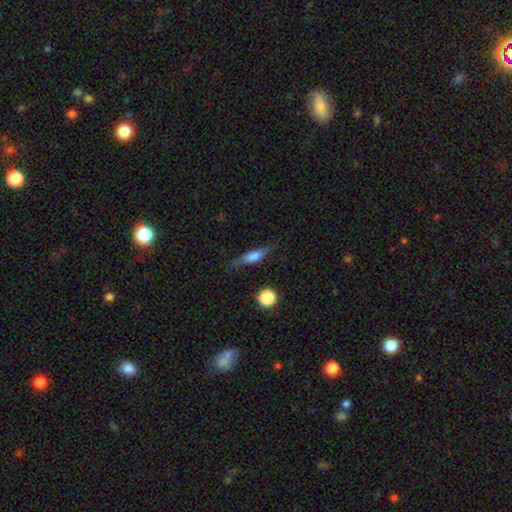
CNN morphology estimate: type=smooth (55%); roundness=cigar-shaped (65%); merging=none (71%).